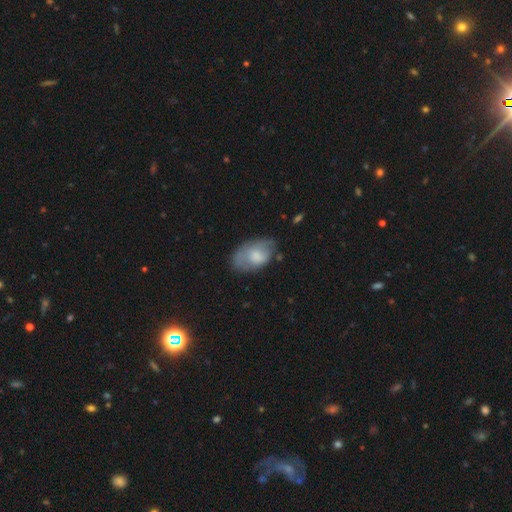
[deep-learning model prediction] Smooth or featured: smooth — 67% (featured or disk — 26%)
How rounded: in between — 90% (round — 9%)
Merging: none — 50% (minor disturbance — 33%)